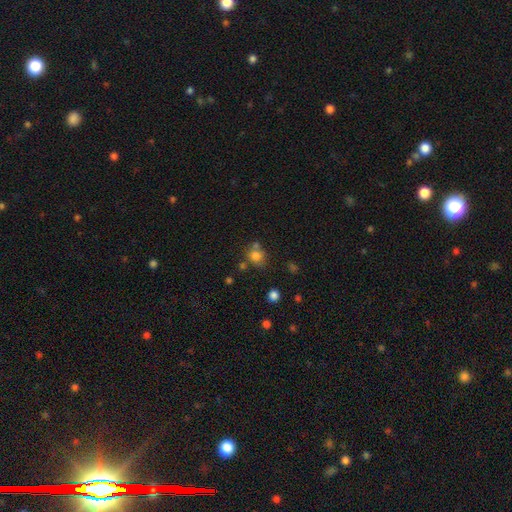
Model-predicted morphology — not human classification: smooth-or-featured: smooth: 76% | star or artifact: 15% | featured or disk: 9%
  how-rounded: round: 77% | in between: 22% | cigar-shaped: 1%
  merging: none: 60% | merger: 21% | minor disturbance: 14% | major disturbance: 5%